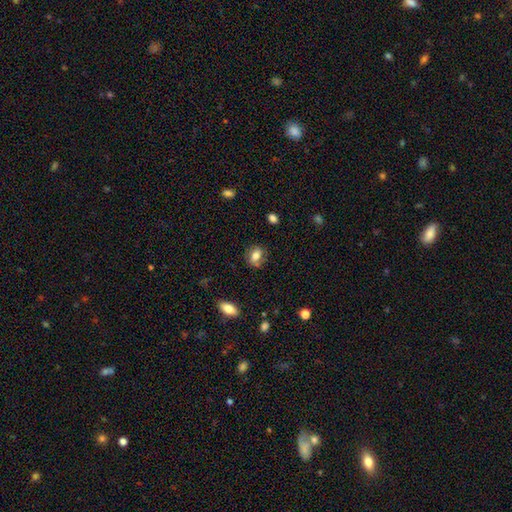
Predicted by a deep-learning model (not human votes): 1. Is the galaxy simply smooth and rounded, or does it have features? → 71% smooth, 20% featured or disk, 9% star or artifact.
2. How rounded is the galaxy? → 64% in between, 34% round, 2% cigar-shaped.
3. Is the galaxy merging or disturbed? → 76% none, 17% minor disturbance, 5% major disturbance, 3% merger.